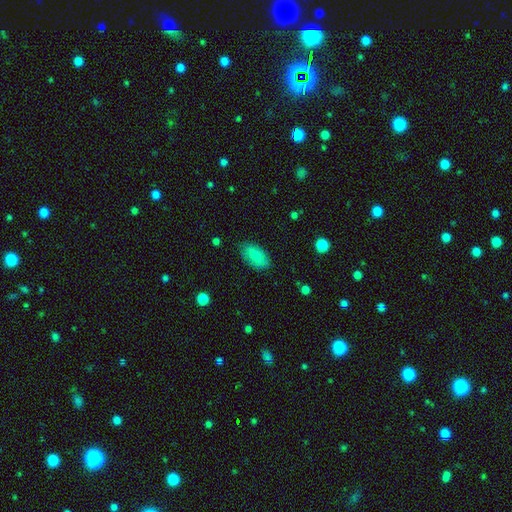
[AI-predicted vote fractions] A smooth galaxy with no disk features (85%) that is in between round and cigar-shaped (92%).

Vote fractions:
- Smooth or featured? smooth: 85% / featured or disk: 9% / star or artifact: 6%
- How rounded? in between: 92% / cigar-shaped: 4% / round: 3%
- Merging? none: 83% / minor disturbance: 13% / major disturbance: 3% / merger: 1%